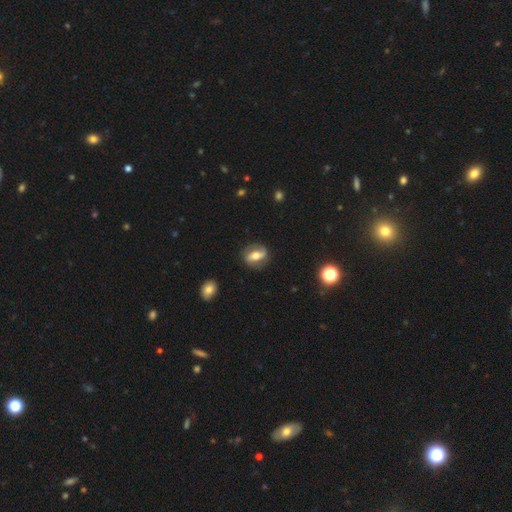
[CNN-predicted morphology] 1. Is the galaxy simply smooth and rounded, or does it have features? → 70% featured or disk, 23% smooth, 7% star or artifact.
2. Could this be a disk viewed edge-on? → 93% no, 7% yes.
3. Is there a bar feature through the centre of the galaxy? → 51% strong, 29% weak, 19% no.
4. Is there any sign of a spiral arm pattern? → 81% yes, 19% no.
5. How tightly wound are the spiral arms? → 41% medium, 33% loose, 26% tight.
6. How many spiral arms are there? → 87% 2, 6% can't tell, 4% 1, 1% 3, 1% 4, 1% more than 4.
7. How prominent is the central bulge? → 71% moderate, 16% small, 10% large, 1% dominant, 1% none.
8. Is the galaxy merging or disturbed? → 81% none, 13% minor disturbance, 5% major disturbance, 1% merger.